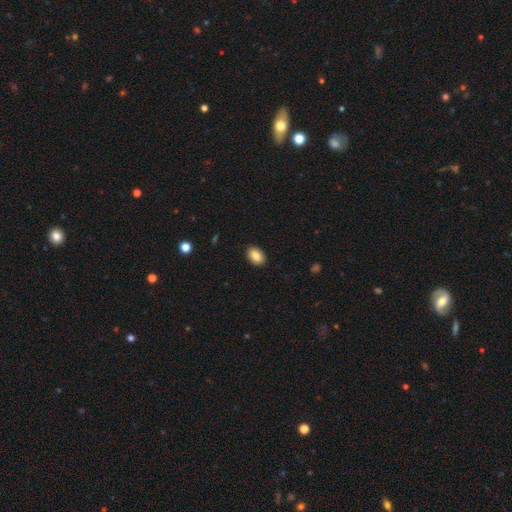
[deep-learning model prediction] Morphology: type=smooth (86%); roundness=in between (82%); merging=none (90%).